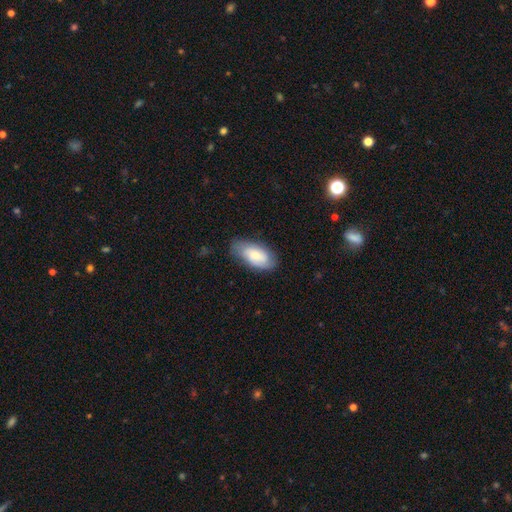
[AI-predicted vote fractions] Smooth or featured? smooth (69%)
How rounded? in between (92%)
Merging? none (69%)